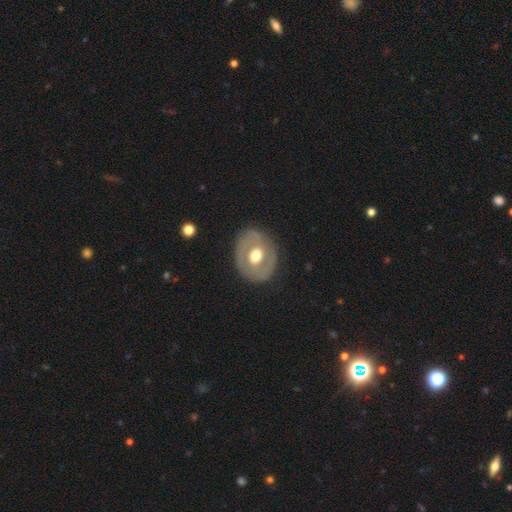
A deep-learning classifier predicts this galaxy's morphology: Q: Smooth or featured?
A: featured or disk (57%); runner-up: smooth (37%)
Q: Edge-on disk?
A: no (94%); runner-up: yes (6%)
Q: Bar?
A: no (67%); runner-up: weak (24%)
Q: Spiral arms?
A: no (77%); runner-up: yes (23%)
Q: Bulge size?
A: moderate (68%); runner-up: large (24%)
Q: Merging?
A: none (79%); runner-up: minor disturbance (14%)